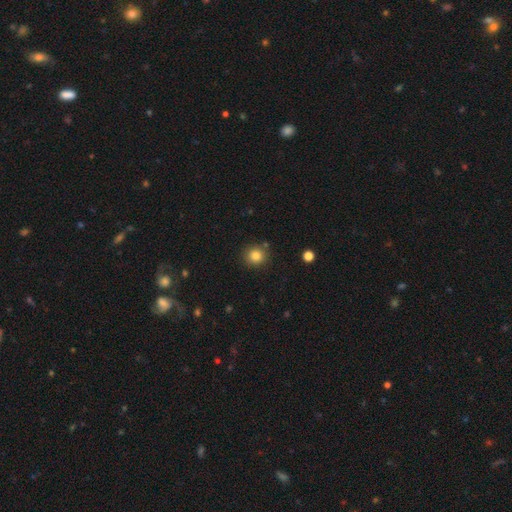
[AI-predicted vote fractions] Overall: smooth (84%). How rounded: round (91%). Merging: none (86%).